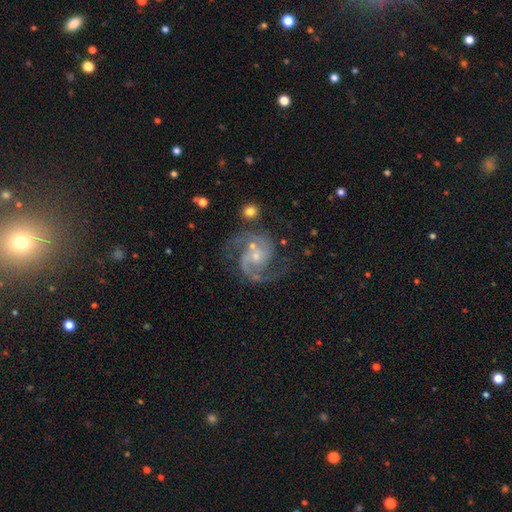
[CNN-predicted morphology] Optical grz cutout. It shows a featured or disk galaxy (90%) with no bar (60%), 2 (86%) medium (61%) spiral arms (98%) and a small central bulge (67%). Merging: none (70%).